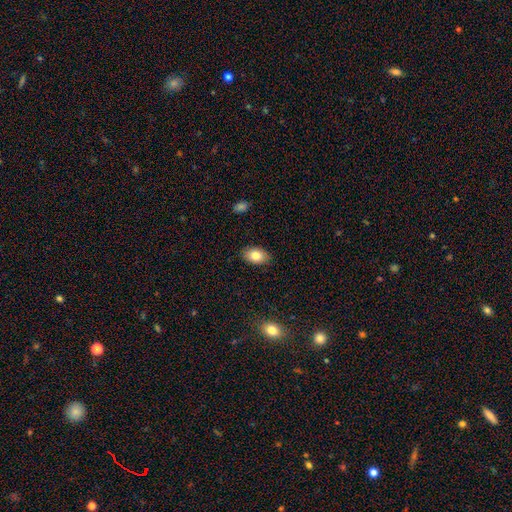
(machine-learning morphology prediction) A smooth galaxy with no disk features (81%) that is in between round and cigar-shaped (89%). Merging: none (87%).